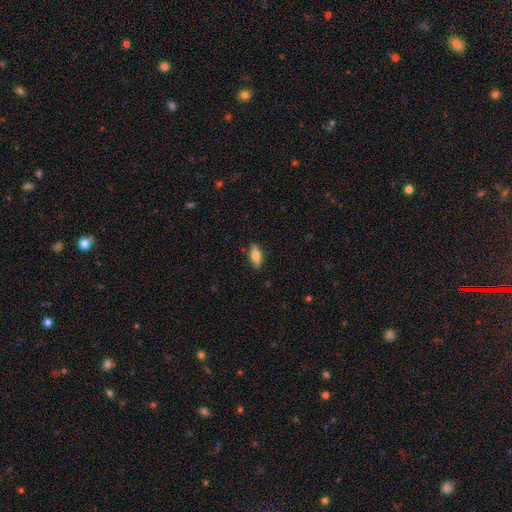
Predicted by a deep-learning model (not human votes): A smooth galaxy with no disk features (75%) that is in between round and cigar-shaped (76%).

Vote fractions:
- Smooth or featured? smooth: 75% / featured or disk: 18% / star or artifact: 7%
- How rounded? in between: 76% / cigar-shaped: 21% / round: 3%
- Merging? none: 87% / minor disturbance: 10% / major disturbance: 2% / merger: 1%